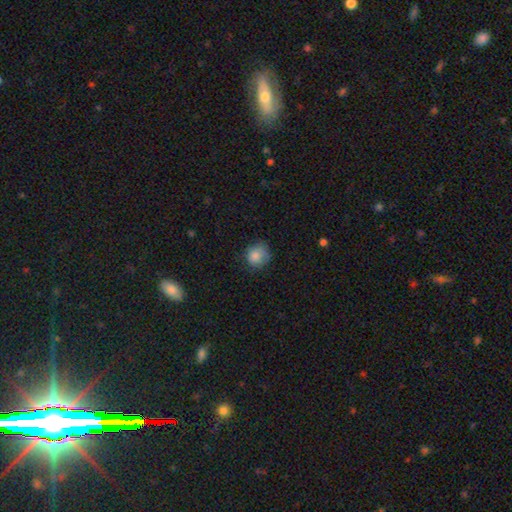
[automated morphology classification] The model was most divided on "merging": none: 66%, minor disturbance: 26%, major disturbance: 7%, merger: 1%. More confident: smooth or featured — smooth (84%); how rounded — round (79%).